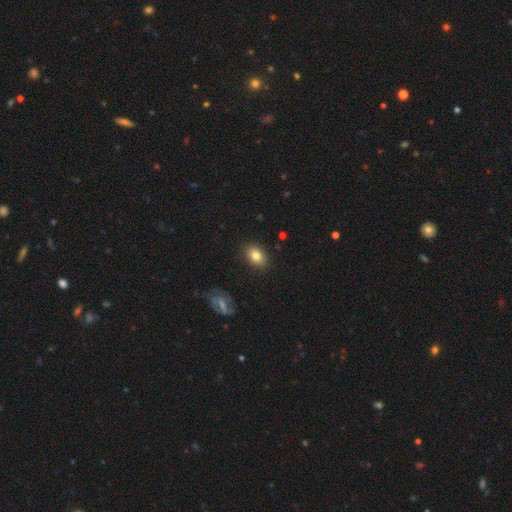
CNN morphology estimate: Q: Smooth or featured?
A: smooth (82%); runner-up: star or artifact (9%)
Q: How rounded?
A: in between (79%); runner-up: round (19%)
Q: Merging?
A: none (87%); runner-up: minor disturbance (9%)